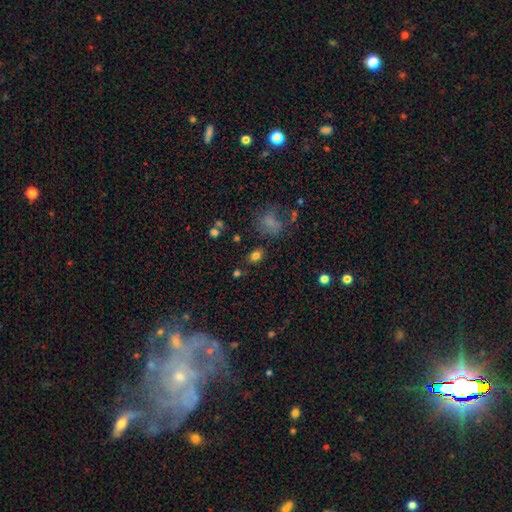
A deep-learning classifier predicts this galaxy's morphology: Smooth or featured? smooth (79%)
How rounded? in between (58%)
Merging? none (80%)